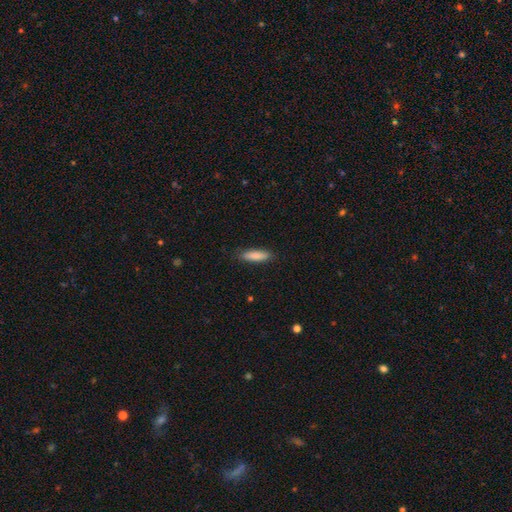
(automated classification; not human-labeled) The model was most divided on "how rounded": cigar-shaped: 63%, in between: 35%, round: 2%. More confident: smooth or featured — smooth (87%); merging — none (86%).